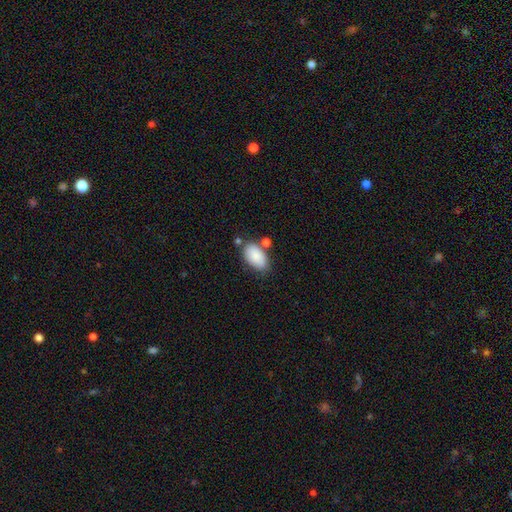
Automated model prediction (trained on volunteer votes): This is clearly a smooth galaxy (87%). How rounded: clearly in between (94%). Merging: likely none (65%).